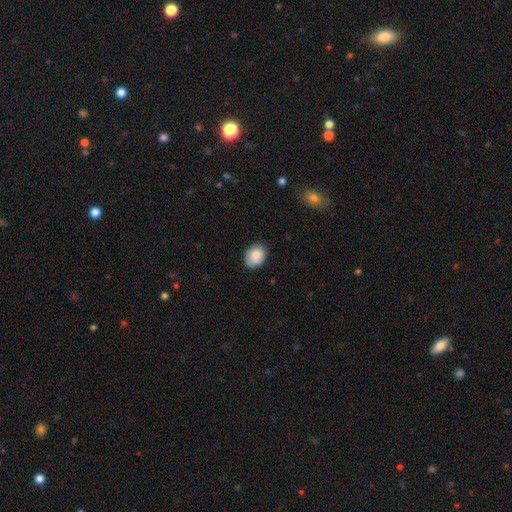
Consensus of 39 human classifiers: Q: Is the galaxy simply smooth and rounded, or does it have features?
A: smooth — 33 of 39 (85%).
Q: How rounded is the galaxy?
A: round — 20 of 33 (61%).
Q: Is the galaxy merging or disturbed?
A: none — 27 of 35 (77%).